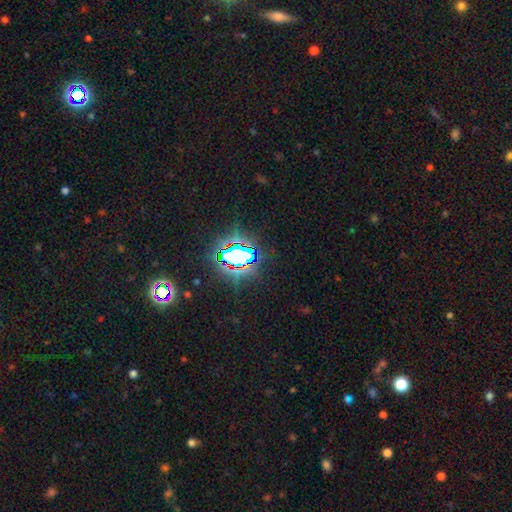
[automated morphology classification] Overall: star or artifact (77%).